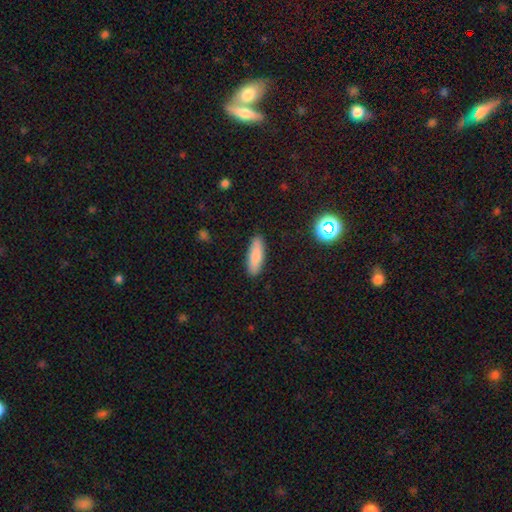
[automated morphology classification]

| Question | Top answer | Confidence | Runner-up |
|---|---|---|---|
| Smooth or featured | smooth | 80% | featured or disk (13%) |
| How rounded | in between | 51% | cigar-shaped (47%) |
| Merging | none | 88% | minor disturbance (9%) |